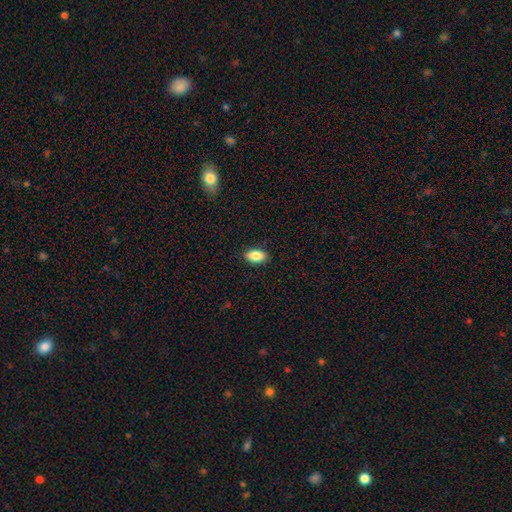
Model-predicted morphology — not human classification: A smooth galaxy with no disk features (85%) that is in between round and cigar-shaped (90%).

Vote fractions:
- Smooth or featured? smooth: 85% / star or artifact: 8% / featured or disk: 7%
- How rounded? in between: 90% / round: 6% / cigar-shaped: 4%
- Merging? none: 89% / minor disturbance: 8% / major disturbance: 2% / merger: 1%